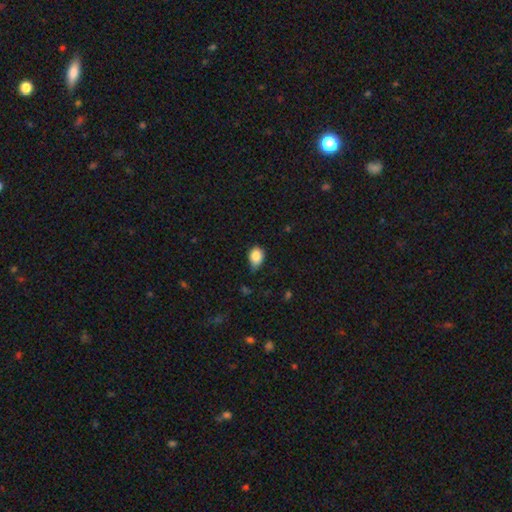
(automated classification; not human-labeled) This appears to be a smooth galaxy with no disk features (84%) that is in between round and cigar-shaped (61%). Merging: minor disturbance (45%).